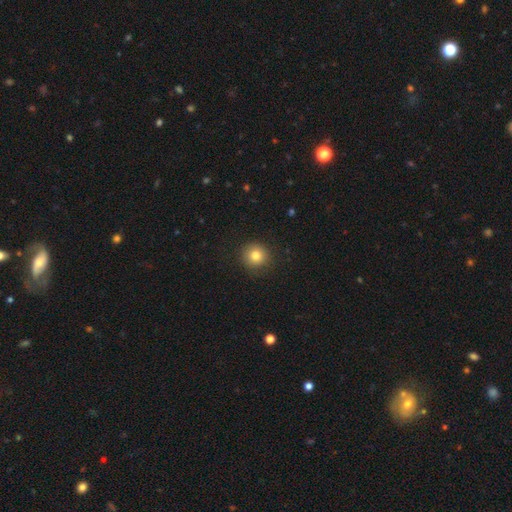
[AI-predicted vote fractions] A smooth galaxy with no disk features (81%) that is round (94%).

Vote fractions:
- Smooth or featured? smooth: 81% / star or artifact: 12% / featured or disk: 8%
- How rounded? round: 94% / in between: 6% / cigar-shaped: 1%
- Merging? none: 89% / minor disturbance: 7% / major disturbance: 2% / merger: 1%